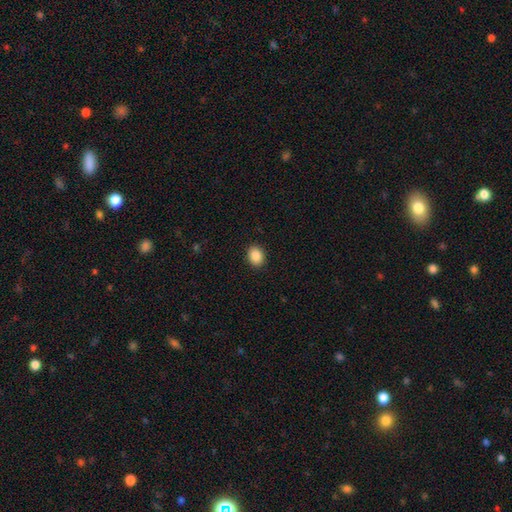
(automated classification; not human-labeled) Smooth or featured? Predicted: smooth (p=0.89). How rounded? Predicted: in between (p=0.59). Merging? Predicted: none (p=0.91).